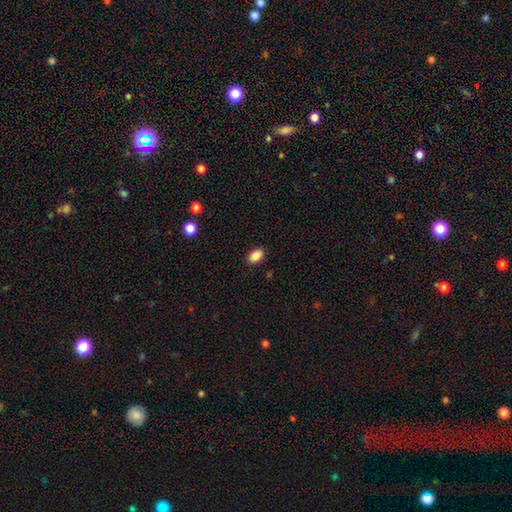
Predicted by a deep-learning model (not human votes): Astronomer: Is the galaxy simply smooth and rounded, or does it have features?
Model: smooth — 86%.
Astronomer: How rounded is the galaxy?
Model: in between — 86%.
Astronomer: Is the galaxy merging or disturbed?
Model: none — 88%.